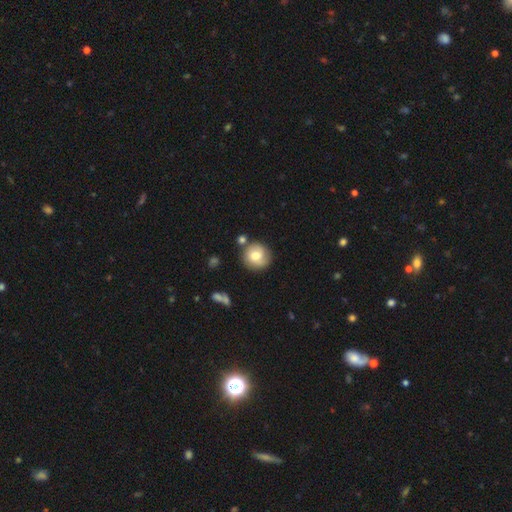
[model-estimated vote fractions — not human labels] The model was most divided on "smooth or featured": smooth: 63%, featured or disk: 29%, star or artifact: 8%. More confident: how rounded — round (92%); merging — none (73%).